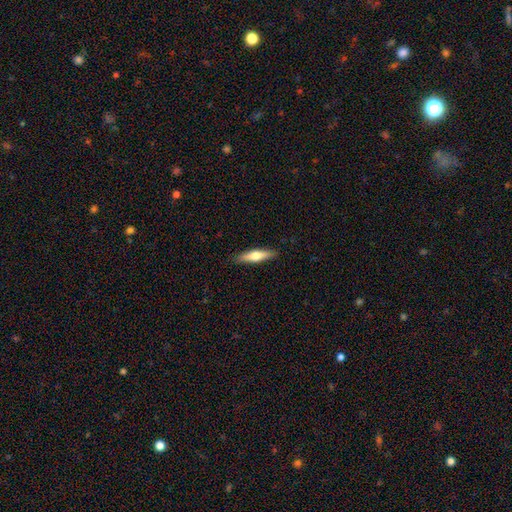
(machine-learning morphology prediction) smooth 54%, featured or disk 41%, star or artifact 5%. Down the decision tree: how rounded — cigar-shaped (77%); merging — none (89%).